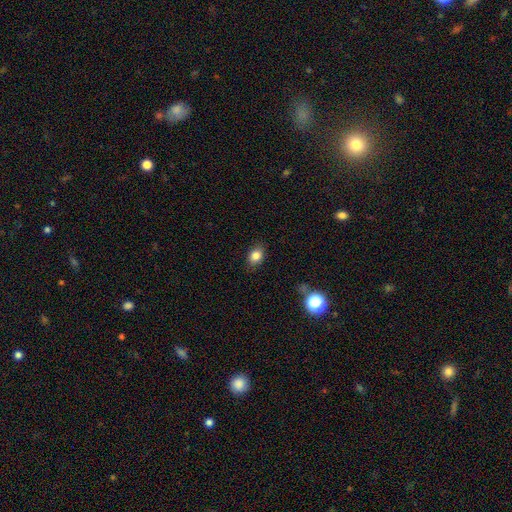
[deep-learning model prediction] A smooth galaxy with no disk features (83%) that is in between round and cigar-shaped (72%).

Vote fractions:
- Smooth or featured? smooth: 83% / star or artifact: 10% / featured or disk: 7%
- How rounded? in between: 72% / round: 26% / cigar-shaped: 1%
- Merging? none: 85% / minor disturbance: 11% / major disturbance: 3% / merger: 1%